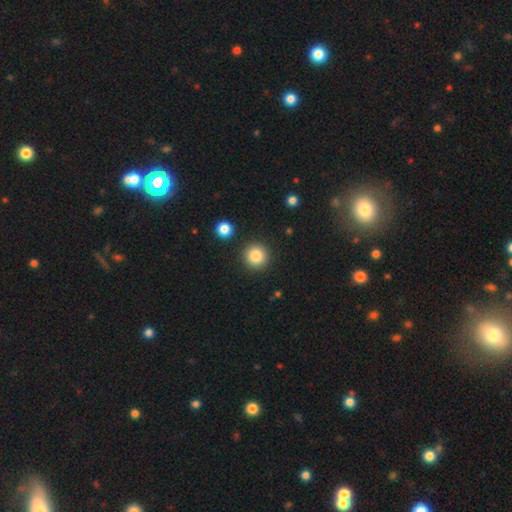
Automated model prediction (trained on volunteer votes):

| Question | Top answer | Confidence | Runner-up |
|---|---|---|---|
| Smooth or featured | smooth | 84% | star or artifact (10%) |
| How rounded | round | 95% | in between (4%) |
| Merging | none | 89% | minor disturbance (5%) |